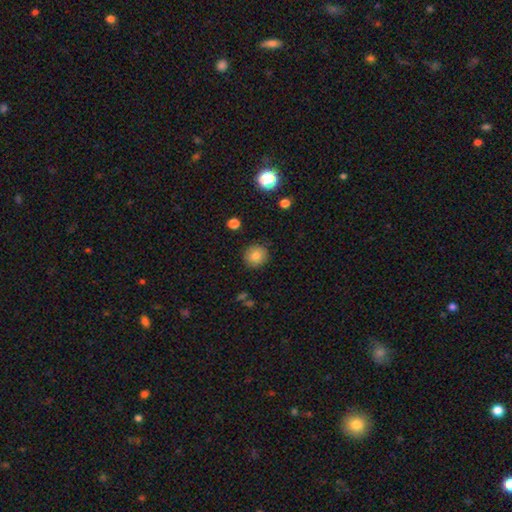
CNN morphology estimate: A smooth galaxy with no disk features (82%) that is round (90%). Merging: none (88%).